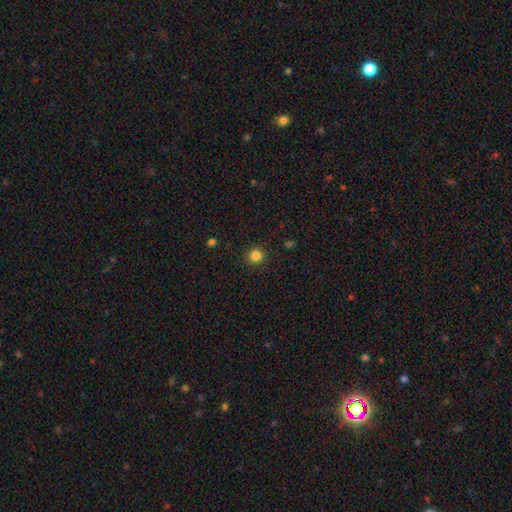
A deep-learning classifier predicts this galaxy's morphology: smooth-or-featured: smooth: 83% | star or artifact: 13% | featured or disk: 4%
  how-rounded: round: 94% | in between: 5% | cigar-shaped: 1%
  merging: none: 92% | minor disturbance: 5% | major disturbance: 2% | merger: 1%